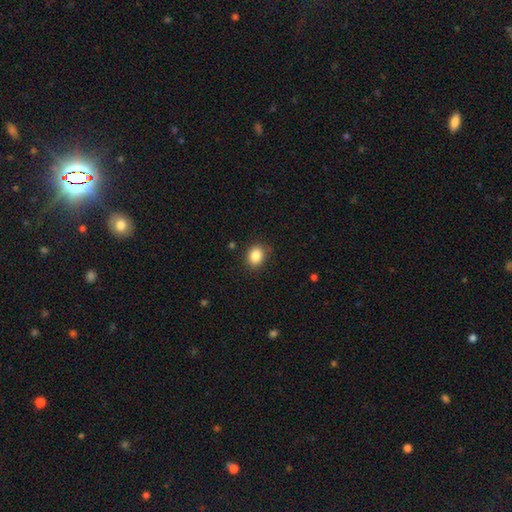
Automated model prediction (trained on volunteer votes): A smooth galaxy with no disk features (86%) that is round (54%).

Vote fractions:
- Smooth or featured? smooth: 86% / star or artifact: 10% / featured or disk: 5%
- How rounded? round: 54% / in between: 45% / cigar-shaped: 1%
- Merging? none: 84% / minor disturbance: 12% / major disturbance: 3% / merger: 1%